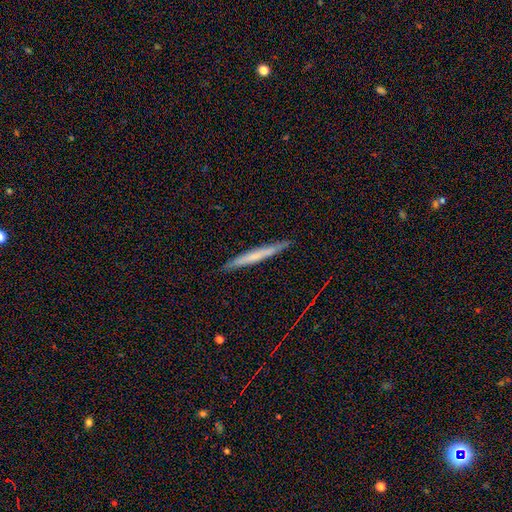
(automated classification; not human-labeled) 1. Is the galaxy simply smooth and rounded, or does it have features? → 51% smooth, 41% featured or disk, 8% star or artifact.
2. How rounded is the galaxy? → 96% cigar-shaped, 2% in between, 1% round.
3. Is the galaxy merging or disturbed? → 89% none, 9% minor disturbance, 2% major disturbance, 1% merger.